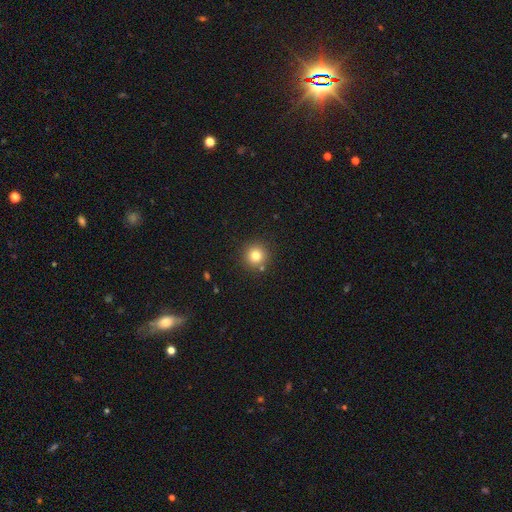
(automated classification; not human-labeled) smooth-or-featured: smooth: 79% | star or artifact: 13% | featured or disk: 8%
  how-rounded: round: 95% | in between: 4% | cigar-shaped: 1%
  merging: none: 86% | minor disturbance: 7% | merger: 5% | major disturbance: 2%